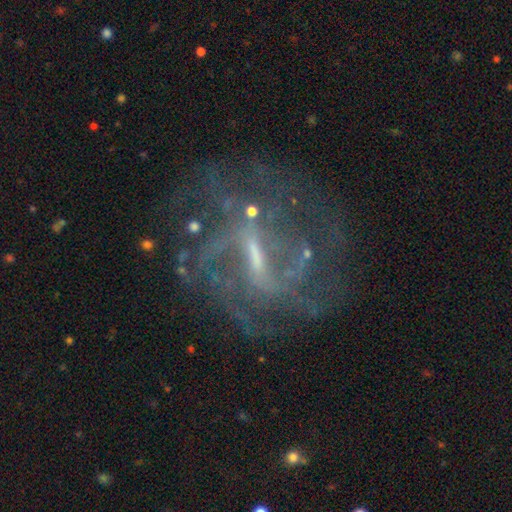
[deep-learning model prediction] This appears to be a featured or disk galaxy (85%) with a strong bar (46%), 2 (36%) medium (46%) spiral arms (89%) and a small central bulge (49%). Merging: none (60%).